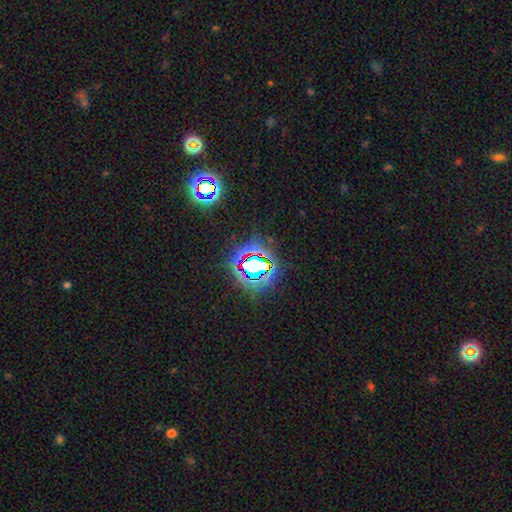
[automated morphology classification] This is clearly a star or artifact rather than a galaxy (81%).